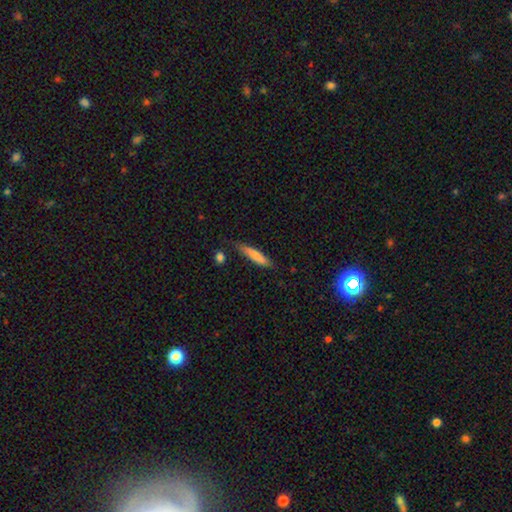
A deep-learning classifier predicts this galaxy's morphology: Q: Smooth or featured?
A: smooth (76%); runner-up: featured or disk (18%)
Q: How rounded?
A: cigar-shaped (85%); runner-up: in between (14%)
Q: Merging?
A: none (75%); runner-up: minor disturbance (19%)